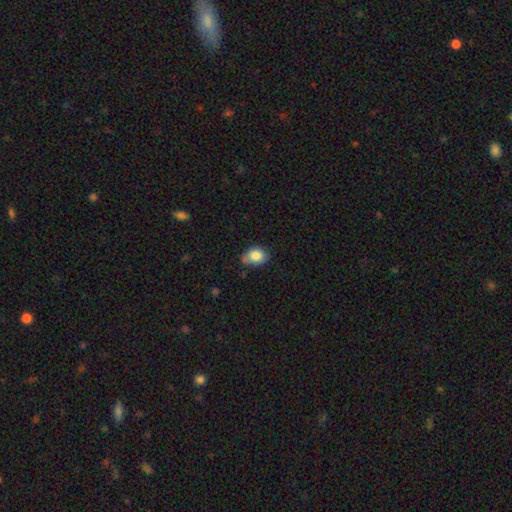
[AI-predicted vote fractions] smooth-or-featured: smooth: 83% | featured or disk: 9% | star or artifact: 8%
  how-rounded: in between: 69% | round: 30% | cigar-shaped: 1%
  merging: none: 62% | minor disturbance: 29% | major disturbance: 5% | merger: 4%